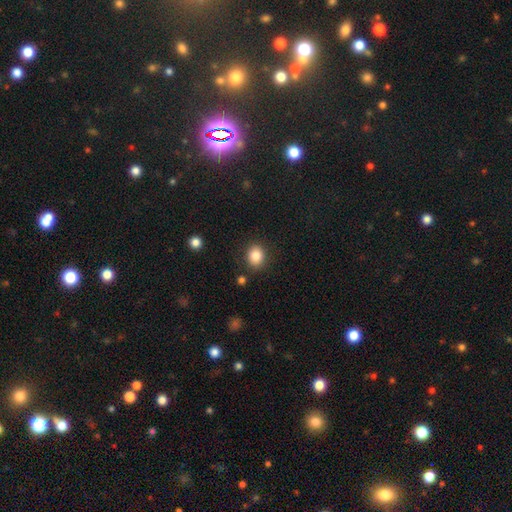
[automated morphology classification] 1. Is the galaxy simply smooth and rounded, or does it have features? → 85% smooth, 9% star or artifact, 6% featured or disk.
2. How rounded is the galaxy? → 62% round, 37% in between, 1% cigar-shaped.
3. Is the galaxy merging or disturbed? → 87% none, 8% minor disturbance, 3% major disturbance, 2% merger.